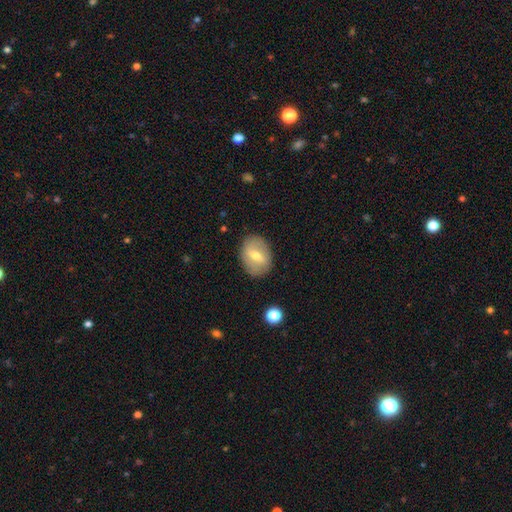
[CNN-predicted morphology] Overall: smooth (52%; featured or disk 40%). How rounded: in between (68%; round 30%). Merging: none (84%).